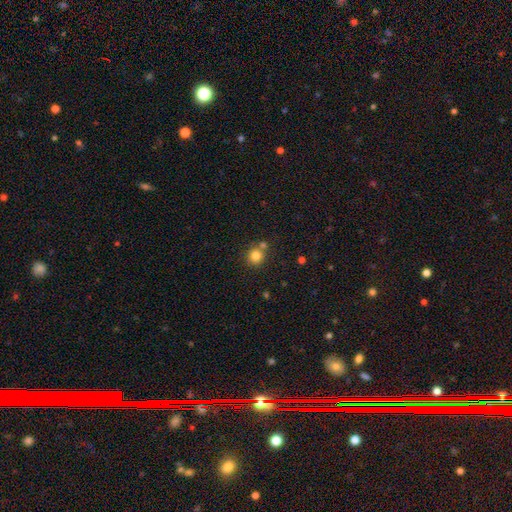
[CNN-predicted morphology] Smooth or featured: smooth — 82% (star or artifact — 12%)
How rounded: round — 91% (in between — 8%)
Merging: none — 68% (merger — 20%)